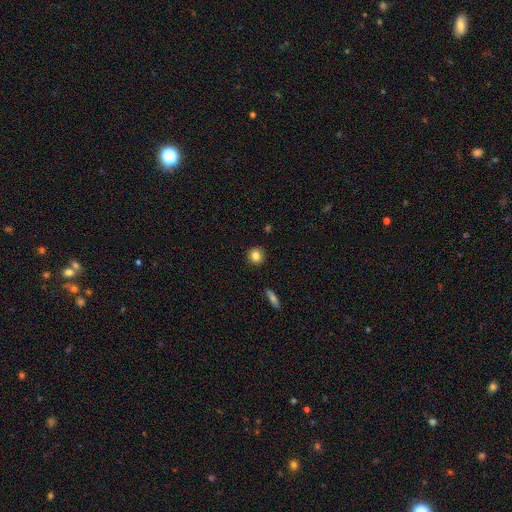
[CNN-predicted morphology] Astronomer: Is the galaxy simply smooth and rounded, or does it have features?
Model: smooth — 83%.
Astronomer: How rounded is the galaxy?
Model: round — 92%.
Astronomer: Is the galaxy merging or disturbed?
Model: none — 91%.